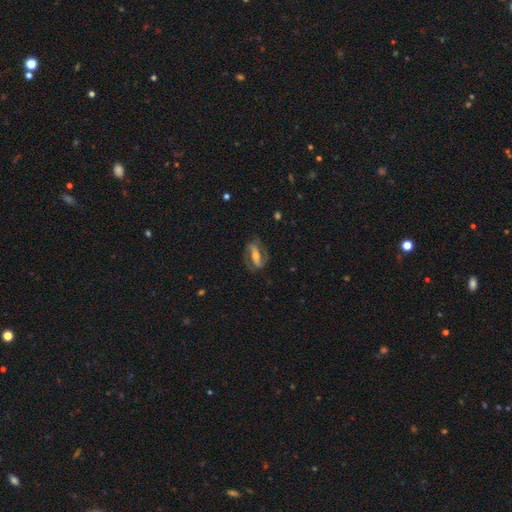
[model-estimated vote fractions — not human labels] A featured or disk galaxy (79%) with a strong bar (61%), 2 (88%) medium (46%) spiral arms (88%) and a moderate central bulge (49%).

Vote fractions:
- Smooth or featured? featured or disk: 79% / smooth: 14% / star or artifact: 6%
- Edge-on disk? no: 90% / yes: 10%
- Bar? strong: 61% / weak: 23% / no: 16%
- Spiral arms? yes: 88% / no: 12%
- Spiral winding? medium: 46% / tight: 28% / loose: 25%
- Spiral arm count? 2: 88% / can't tell: 6% / 1: 3% / 3: 1% / 4: 1% / more than 4: 1%
- Bulge size? moderate: 49% / small: 40% / large: 6% / none: 3% / dominant: 1%
- Merging? none: 75% / minor disturbance: 15% / major disturbance: 8% / merger: 1%